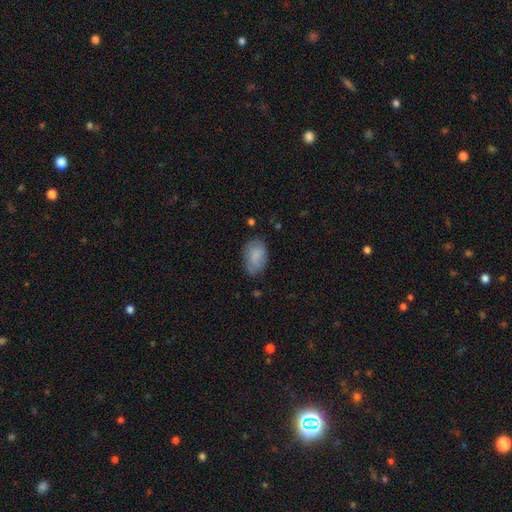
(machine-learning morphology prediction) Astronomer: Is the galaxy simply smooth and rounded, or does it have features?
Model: smooth — 81%.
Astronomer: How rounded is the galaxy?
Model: in between — 89%.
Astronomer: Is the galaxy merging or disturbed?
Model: none — 66%.